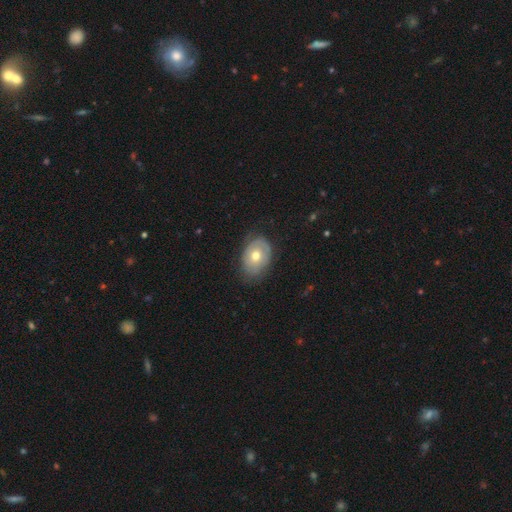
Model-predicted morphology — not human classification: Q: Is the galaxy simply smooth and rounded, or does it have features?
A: smooth — 56%.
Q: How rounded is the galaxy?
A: in between — 74%.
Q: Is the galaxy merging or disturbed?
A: none — 68%.